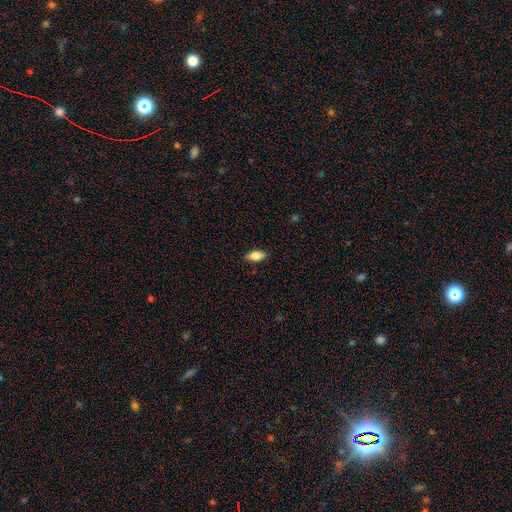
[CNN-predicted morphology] Overall: smooth (83%). How rounded: in between (90%). Merging: none (87%).